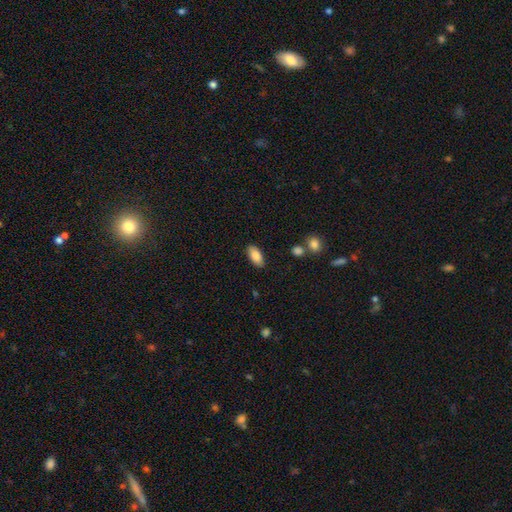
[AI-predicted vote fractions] Morphology: type=smooth (86%); roundness=in between (90%); merging=none (87%).